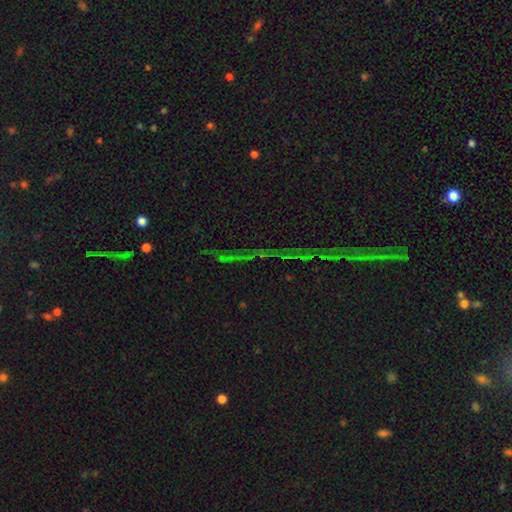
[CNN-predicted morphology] smooth_or_featured: star or artifact (p=0.81) [alt: featured or disk p=0.10]